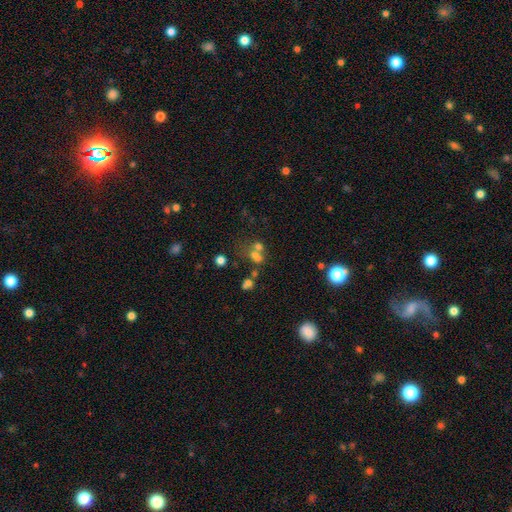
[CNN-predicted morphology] Overall: smooth (57%; star or artifact 23%). How rounded: round (52%; in between 46%). Merging: merger (49%; none 33%).